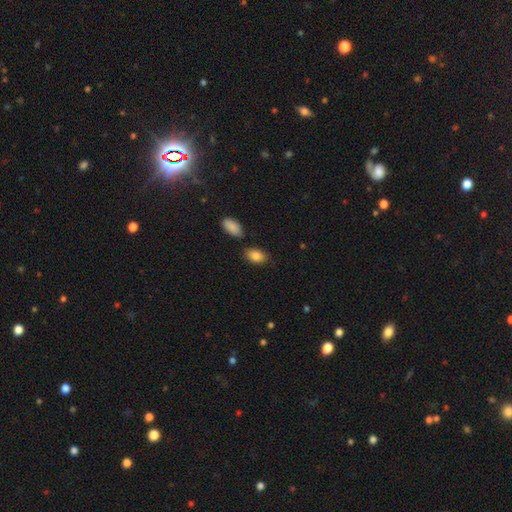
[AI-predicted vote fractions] A smooth galaxy with no disk features (85%) that is in between round and cigar-shaped (89%). Merging: none (75%).